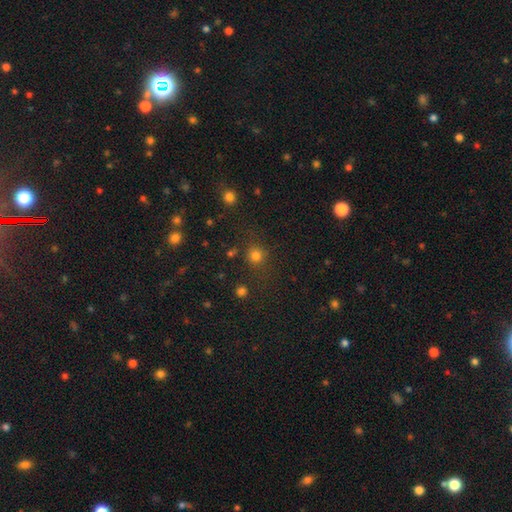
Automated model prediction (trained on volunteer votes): Smooth or featured? smooth (77%)
How rounded? round (91%)
Merging? none (80%)